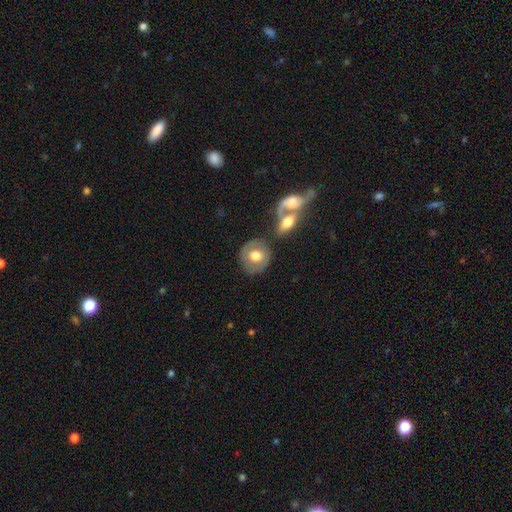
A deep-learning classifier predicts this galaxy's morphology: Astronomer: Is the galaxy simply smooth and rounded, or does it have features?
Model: smooth — 58% (runner-up: featured or disk, 36%).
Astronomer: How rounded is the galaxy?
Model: round — 81%.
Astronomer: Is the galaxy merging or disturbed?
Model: none — 69%.